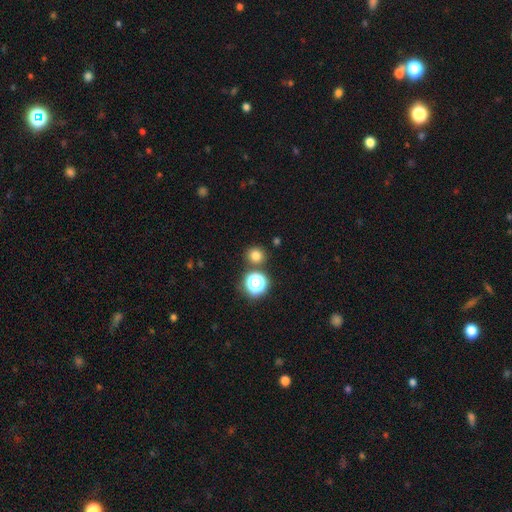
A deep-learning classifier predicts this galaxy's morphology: smooth 75%, star or artifact 20%, featured or disk 6%. Down the decision tree: how rounded — round (88%); merging — none (83%).